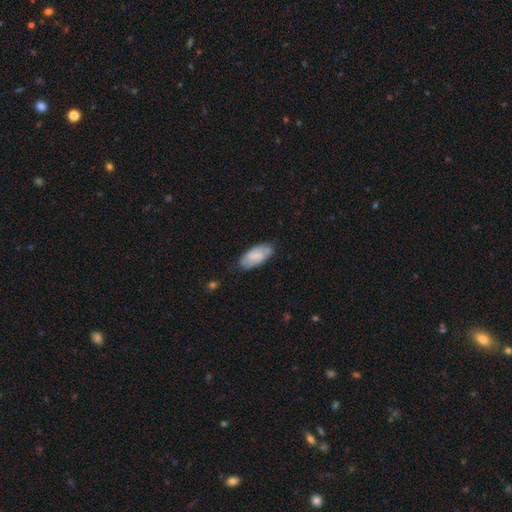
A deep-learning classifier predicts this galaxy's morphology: This is likely a smooth galaxy (64%). How rounded: clearly in between (91%). Merging: likely none (72%).